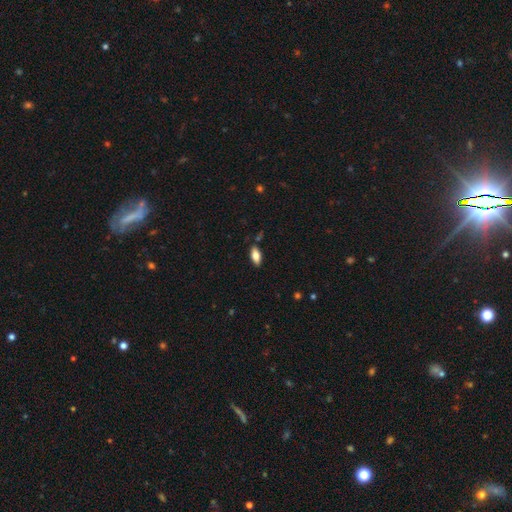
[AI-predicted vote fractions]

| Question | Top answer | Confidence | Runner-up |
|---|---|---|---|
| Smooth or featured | smooth | 77% | featured or disk (15%) |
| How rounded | in between | 87% | cigar-shaped (11%) |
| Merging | none | 82% | minor disturbance (13%) |